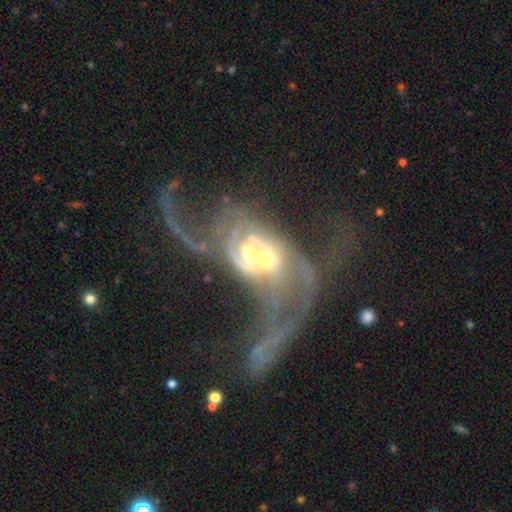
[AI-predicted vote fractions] featured or disk 81%, smooth 10%, star or artifact 9%. Down the decision tree: edge-on disk — no (96%); bar — no (63%); spiral arms — yes (76%); spiral arm count — 2 (42%); spiral winding — loose (52%); bulge size — moderate (66%); merging — merger (62%).